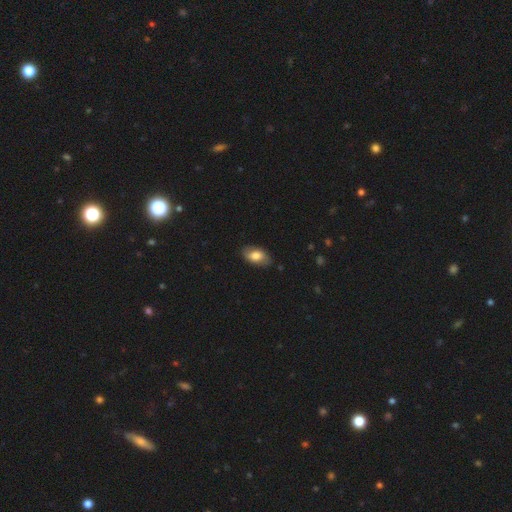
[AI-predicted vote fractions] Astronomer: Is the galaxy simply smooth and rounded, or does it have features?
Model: smooth — 72%.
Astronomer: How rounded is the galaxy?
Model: in between — 92%.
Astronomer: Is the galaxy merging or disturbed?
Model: none — 79%.